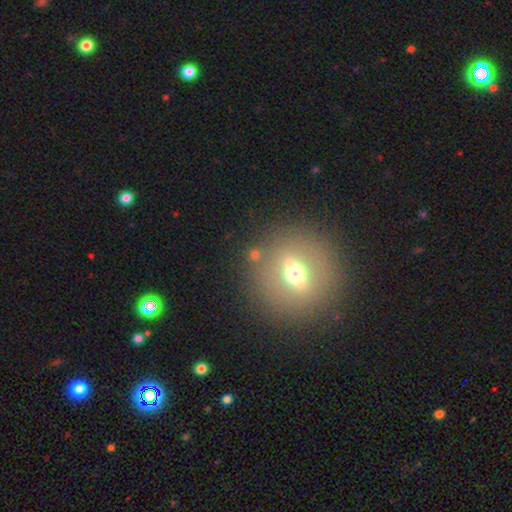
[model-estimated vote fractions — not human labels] A featured or disk galaxy (47%).

Vote fractions:
- Smooth or featured? featured or disk: 47% / smooth: 38% / star or artifact: 15%
- Merging? none: 84% / minor disturbance: 8% / merger: 4% / major disturbance: 4%